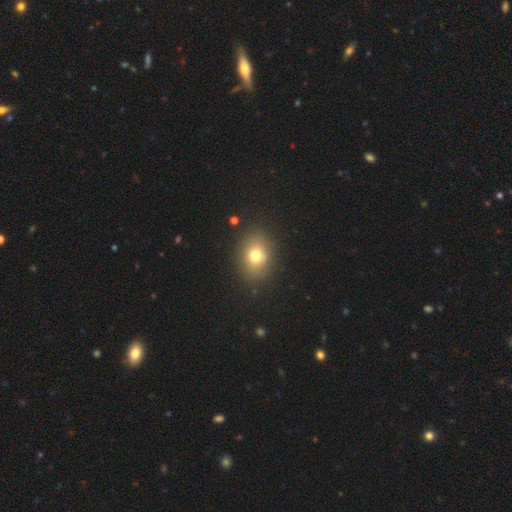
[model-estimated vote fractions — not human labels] Smooth or featured? smooth (74%)
How rounded? in between (54%)
Merging? none (86%)